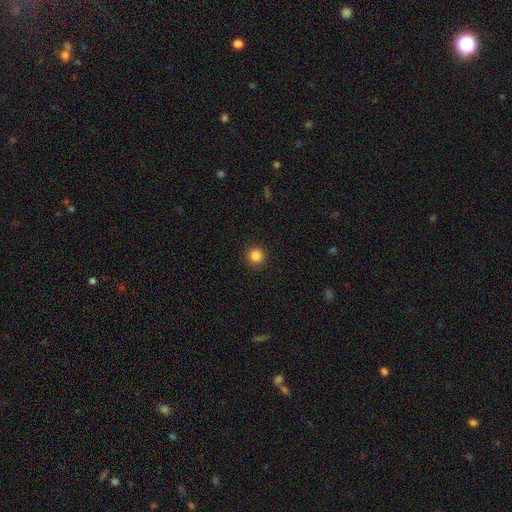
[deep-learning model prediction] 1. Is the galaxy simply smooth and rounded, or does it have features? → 85% smooth, 11% star or artifact, 4% featured or disk.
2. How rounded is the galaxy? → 95% round, 4% in between, 1% cigar-shaped.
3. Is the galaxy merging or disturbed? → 92% none, 5% minor disturbance, 2% major disturbance, 1% merger.